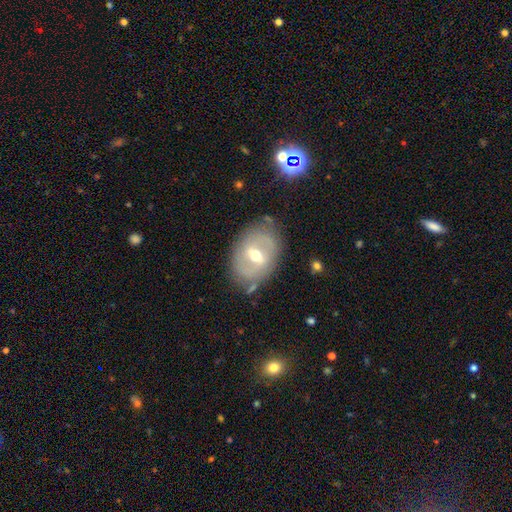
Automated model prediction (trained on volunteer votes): smooth-or-featured: featured or disk: 65% | smooth: 28% | star or artifact: 7%
  disk-edge-on: no: 91% | yes: 9%
    bar: weak: 48% | strong: 38% | no: 14%
    has-spiral-arms: no: 58% | yes: 42%
    bulge-size: moderate: 70% | small: 22% | large: 6% | dominant: 1% | none: 1%
  merging: none: 70% | minor disturbance: 19% | major disturbance: 8% | merger: 3%